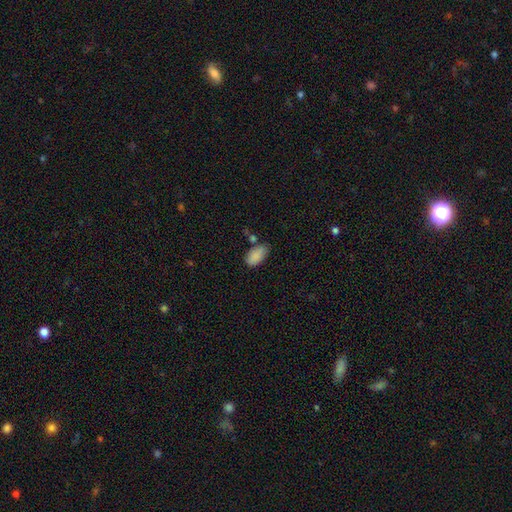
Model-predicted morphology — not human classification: A smooth galaxy with no disk features (87%) that is in between round and cigar-shaped (93%). Merging: none (62%).